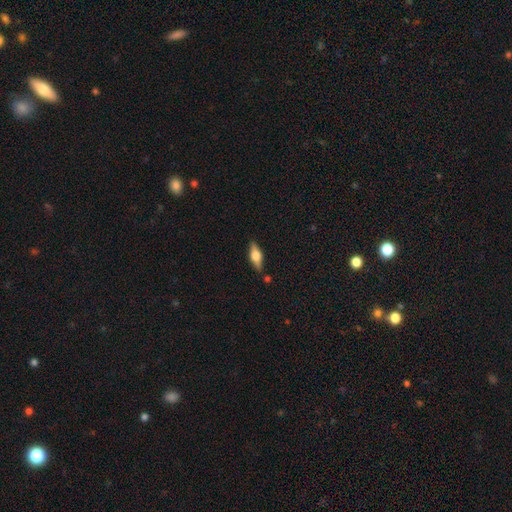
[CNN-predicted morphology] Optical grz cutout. It shows a featured or disk galaxy (57%) viewed edge-on (94%) with a rounded central bulge (91%). Merging: none (83%).